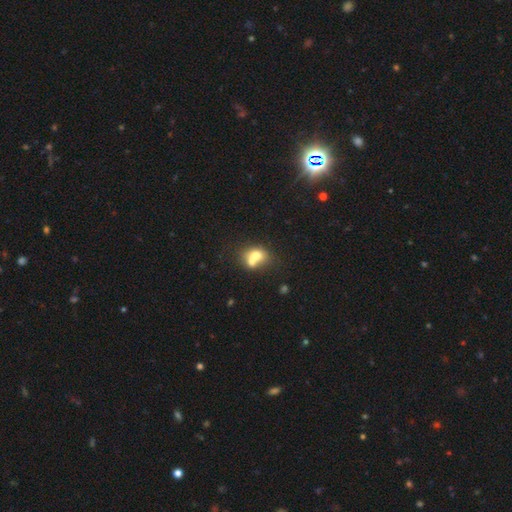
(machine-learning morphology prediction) type=smooth (66%); roundness=round (56%); merging=merger (59%).